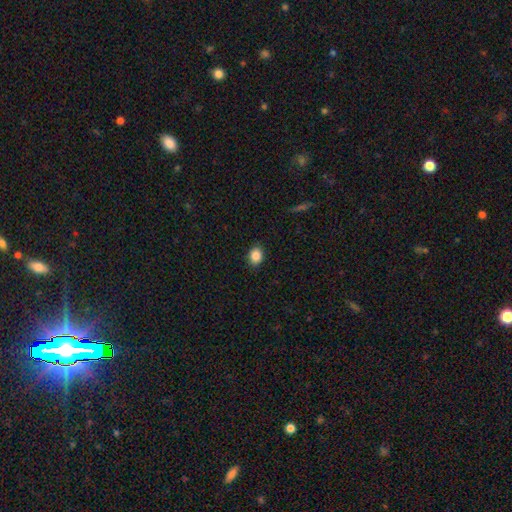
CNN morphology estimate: smooth_or_featured: smooth (p=0.86) [alt: star or artifact p=0.09]
how_rounded: in between (p=0.57) [alt: round p=0.42]
merging: none (p=0.89) [alt: minor disturbance p=0.08]